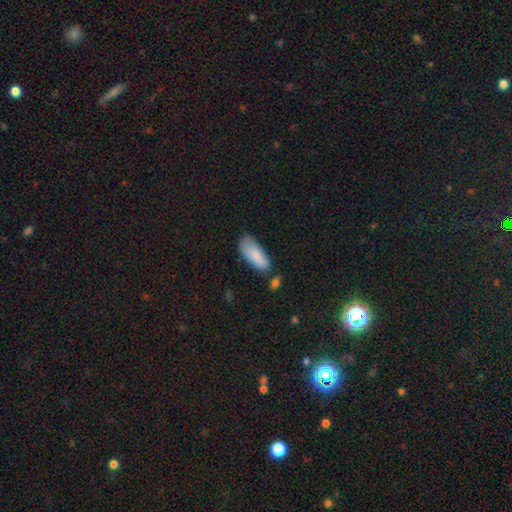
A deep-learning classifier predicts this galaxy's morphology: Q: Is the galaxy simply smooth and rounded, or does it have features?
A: smooth — 84%.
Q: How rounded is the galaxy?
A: in between — 81%.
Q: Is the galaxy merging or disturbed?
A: none — 59%.